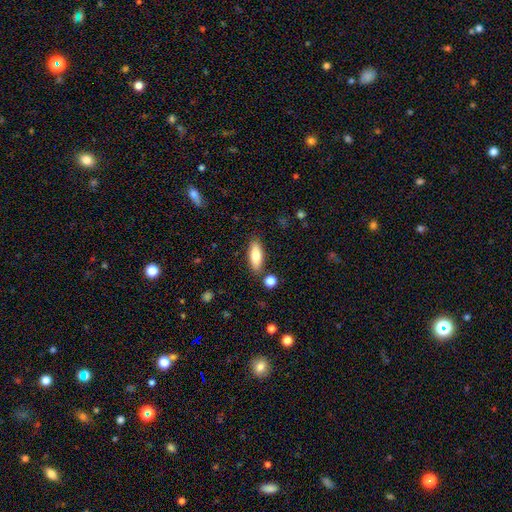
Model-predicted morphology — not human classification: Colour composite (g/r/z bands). It shows a smooth galaxy with no disk features (77%) that is in between round and cigar-shaped (69%). Merging: none (85%).